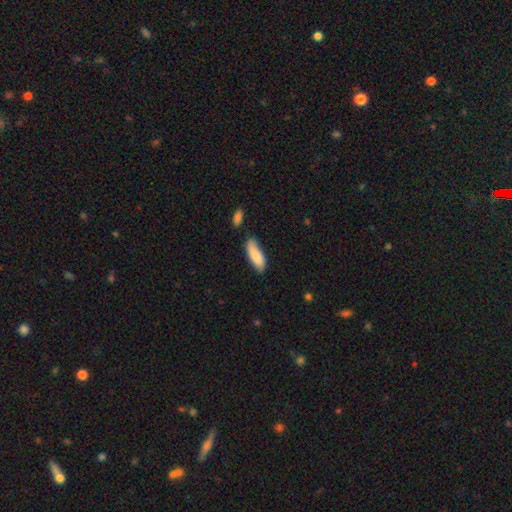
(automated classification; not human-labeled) Overall: smooth (84%). How rounded: in between (62%; cigar-shaped 36%). Merging: none (70%).